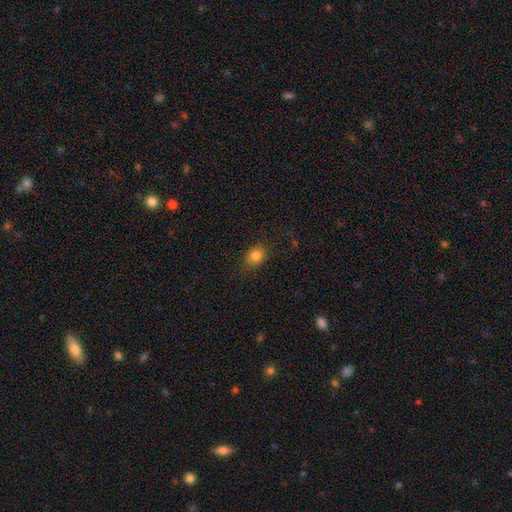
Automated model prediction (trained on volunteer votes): Smooth or featured?
  - smooth: 80% *
  - star or artifact: 12%
  - featured or disk: 7%
How rounded?
  - round: 50% *
  - in between: 49%
  - cigar-shaped: 1%
Merging?
  - none: 79% *
  - minor disturbance: 16%
  - major disturbance: 4%
  - merger: 1%